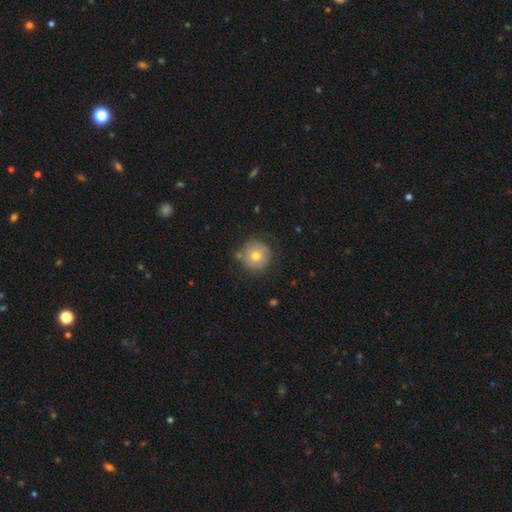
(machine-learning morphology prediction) A smooth galaxy with no disk features (65%) that is round (94%).

Vote fractions:
- Smooth or featured? smooth: 65% / featured or disk: 26% / star or artifact: 8%
- How rounded? round: 94% / in between: 5% / cigar-shaped: 1%
- Merging? none: 72% / minor disturbance: 19% / major disturbance: 5% / merger: 4%